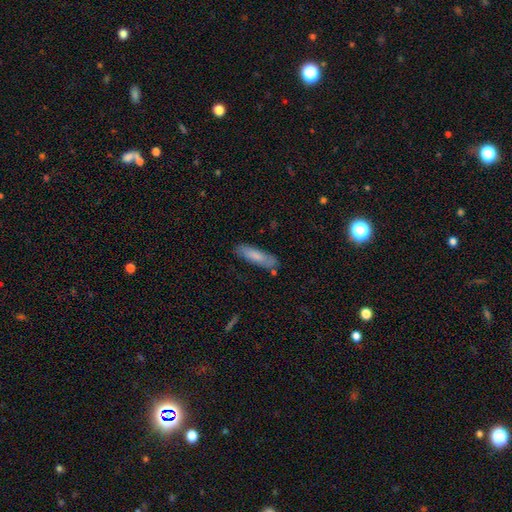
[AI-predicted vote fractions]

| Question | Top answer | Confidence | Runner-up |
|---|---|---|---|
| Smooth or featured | smooth | 75% | featured or disk (19%) |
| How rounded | cigar-shaped | 60% | in between (39%) |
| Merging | none | 77% | minor disturbance (16%) |